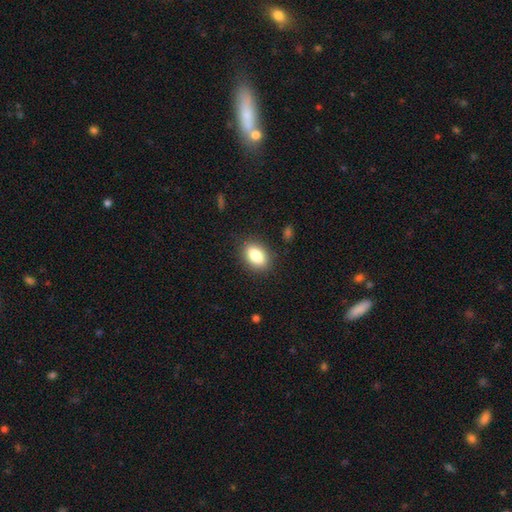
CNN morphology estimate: Smooth or featured?
  - smooth: 83% *
  - featured or disk: 9%
  - star or artifact: 8%
How rounded?
  - in between: 86% *
  - round: 11%
  - cigar-shaped: 3%
Merging?
  - none: 87% *
  - minor disturbance: 10%
  - major disturbance: 3%
  - merger: 1%